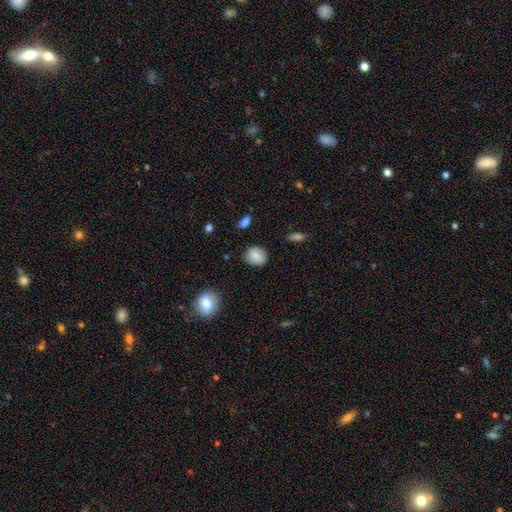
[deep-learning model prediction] This is clearly a smooth galaxy (85%). How rounded: possibly round (58%). Merging: clearly none (84%).